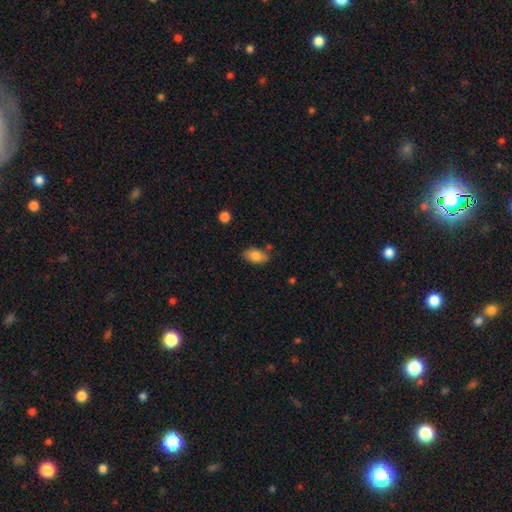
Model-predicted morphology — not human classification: smooth-or-featured: smooth: 82% | featured or disk: 11% | star or artifact: 7%
  how-rounded: in between: 92% | round: 5% | cigar-shaped: 3%
  merging: none: 78% | minor disturbance: 15% | merger: 4% | major disturbance: 3%